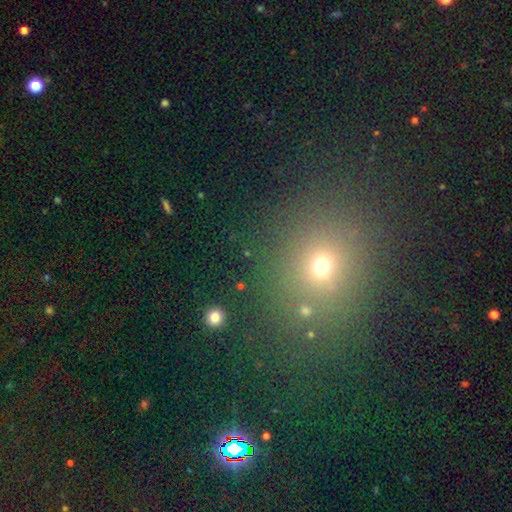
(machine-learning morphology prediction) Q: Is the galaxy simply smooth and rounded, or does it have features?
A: smooth — 49%.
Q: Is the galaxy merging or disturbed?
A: none — 82%.